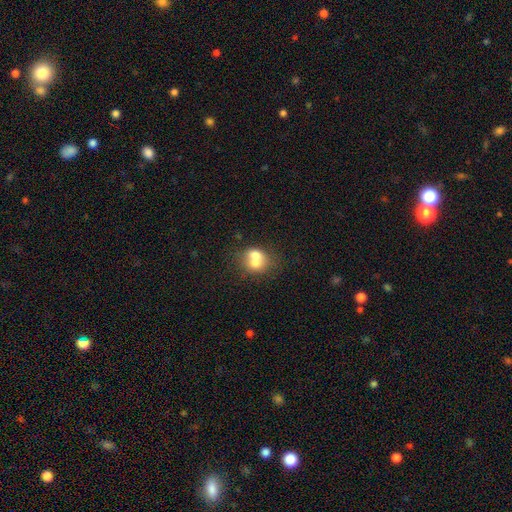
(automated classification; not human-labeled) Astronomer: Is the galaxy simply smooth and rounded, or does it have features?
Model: smooth — 64%.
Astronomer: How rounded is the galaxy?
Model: round — 64%.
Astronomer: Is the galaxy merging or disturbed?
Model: merger — 63%.